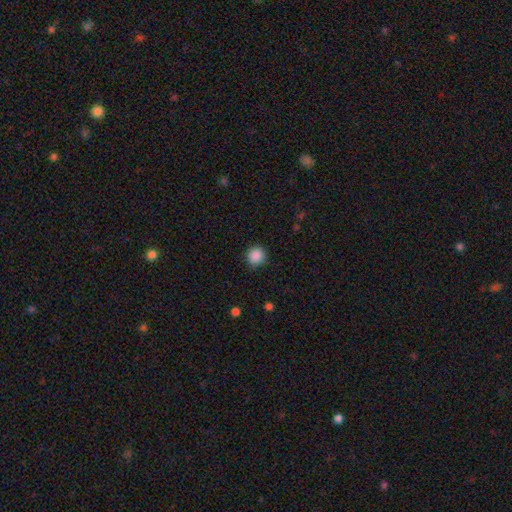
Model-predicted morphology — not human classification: This appears to be a smooth galaxy with no disk features (88%) that is round (91%). Merging: none (89%).